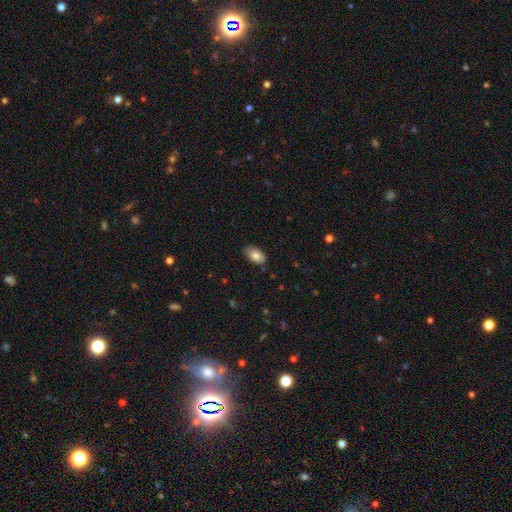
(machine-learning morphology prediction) This appears to be a smooth galaxy with no disk features (83%) that is in between round and cigar-shaped (93%). Merging: none (82%).